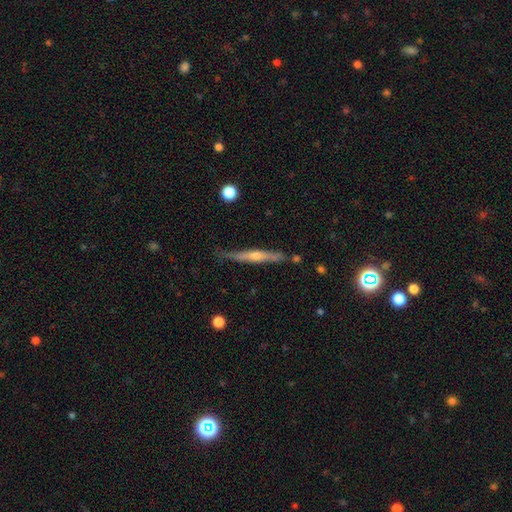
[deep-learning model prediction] This is likely a featured or disk galaxy (65%). It is clearly viewed edge-on (95%). Edge-on bulge: likely rounded (73%). Merging: likely none (76%).